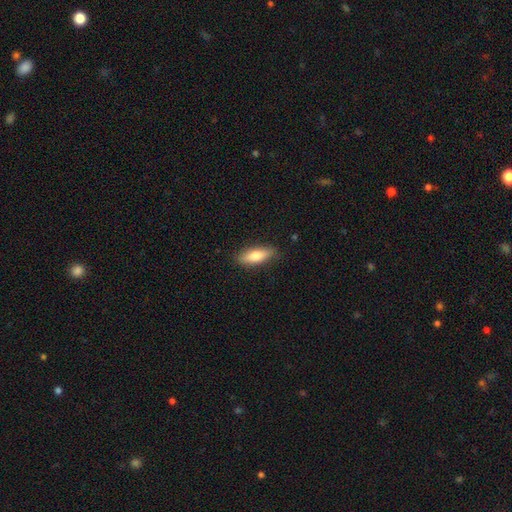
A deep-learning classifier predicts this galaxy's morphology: Overall: smooth (77%). How rounded: in between (57%; cigar-shaped 40%). Merging: none (86%).